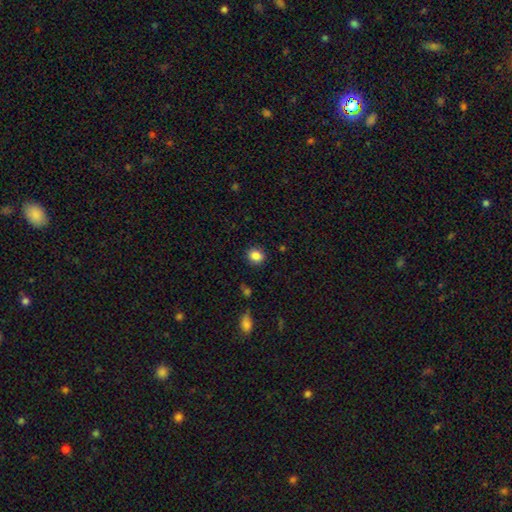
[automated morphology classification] Smooth or featured?
  - smooth: 86% *
  - star or artifact: 10%
  - featured or disk: 5%
How rounded?
  - round: 69% *
  - in between: 30%
  - cigar-shaped: 1%
Merging?
  - none: 88% *
  - minor disturbance: 8%
  - major disturbance: 2%
  - merger: 1%